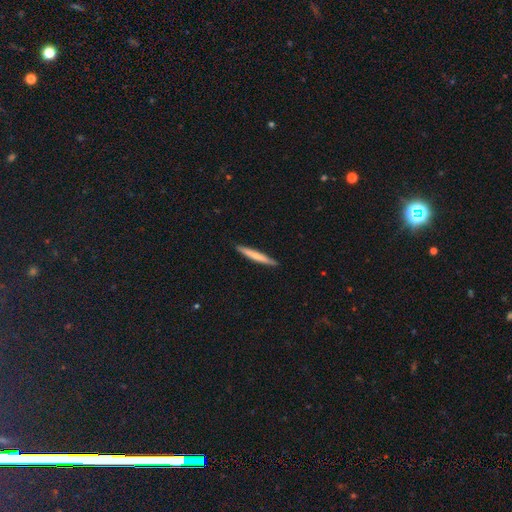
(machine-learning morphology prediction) A smooth galaxy with no disk features (64%) that is cigar-shaped (96%).

Vote fractions:
- Smooth or featured? smooth: 64% / featured or disk: 31% / star or artifact: 5%
- How rounded? cigar-shaped: 96% / in between: 3% / round: 1%
- Merging? none: 90% / minor disturbance: 7% / major disturbance: 1% / merger: 1%